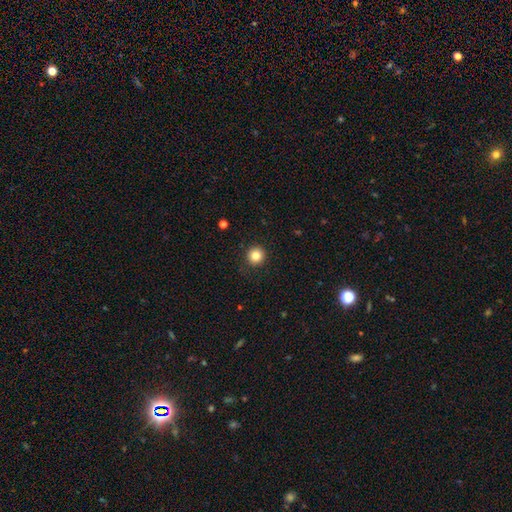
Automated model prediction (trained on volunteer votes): A smooth galaxy with no disk features (83%) that is round (94%). Merging: none (90%).